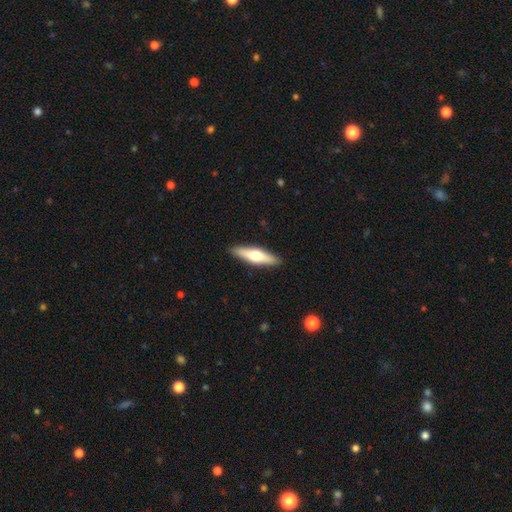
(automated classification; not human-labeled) smooth_or_featured: smooth (p=0.48) [alt: featured or disk p=0.47]
merging: none (p=0.90) [alt: minor disturbance p=0.07]